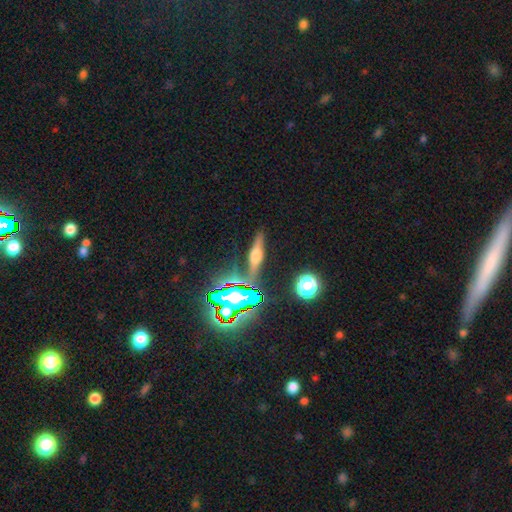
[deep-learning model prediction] A featured or disk galaxy (58%) viewed edge-on (90%) with a rounded central bulge (89%).

Vote fractions:
- Smooth or featured? featured or disk: 58% / smooth: 24% / star or artifact: 17%
- Edge-on disk? yes: 90% / no: 10%
- Edge-on bulge? rounded: 89% / boxy: 8% / none: 3%
- Merging? none: 80% / minor disturbance: 12% / merger: 4% / major disturbance: 4%